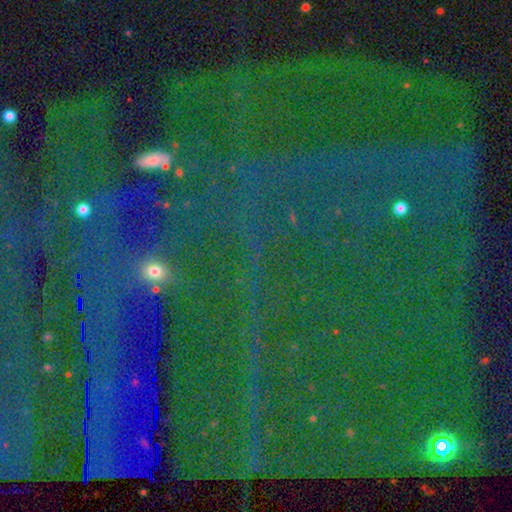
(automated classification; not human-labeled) Morphology: type=star or artifact (86%).